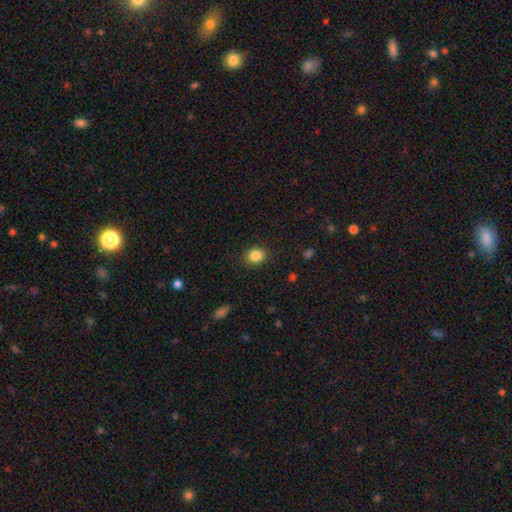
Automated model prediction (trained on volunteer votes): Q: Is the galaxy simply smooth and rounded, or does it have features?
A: smooth — 85%.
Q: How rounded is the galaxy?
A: round — 61%.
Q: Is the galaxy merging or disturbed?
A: none — 88%.